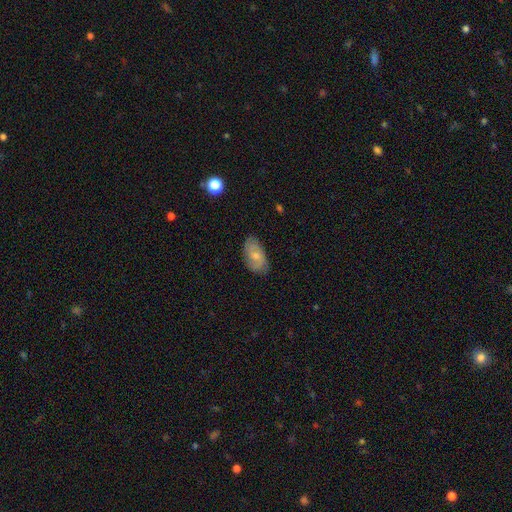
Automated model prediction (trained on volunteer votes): A smooth galaxy with no disk features (51%) that is in between round and cigar-shaped (92%). Merging: none (75%).